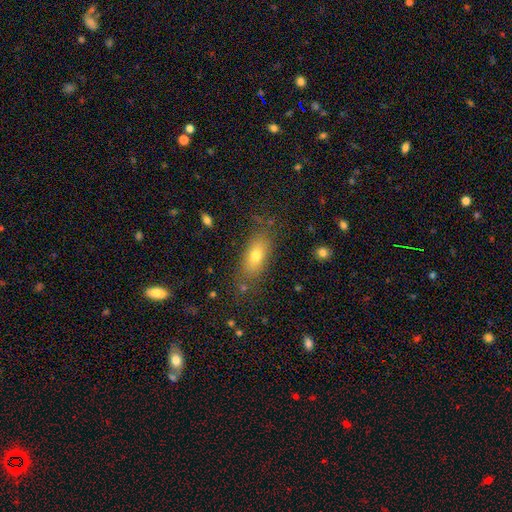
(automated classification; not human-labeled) smooth_or_featured: smooth (p=0.72) [alt: featured or disk p=0.17]
how_rounded: in between (p=0.77) [alt: cigar-shaped p=0.17]
merging: none (p=0.77) [alt: minor disturbance p=0.15]